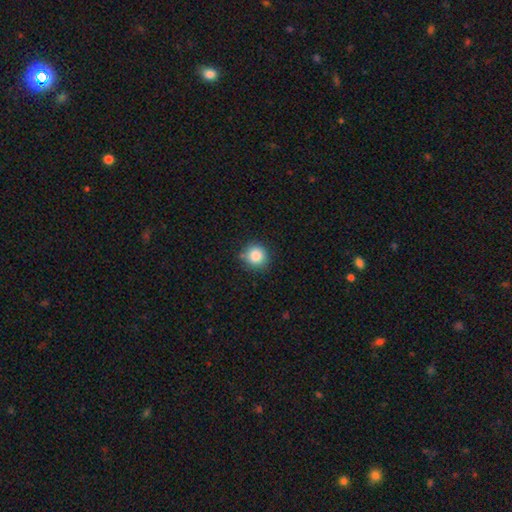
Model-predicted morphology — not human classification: smooth-or-featured: smooth: 86% | star or artifact: 10% | featured or disk: 4%
  how-rounded: round: 92% | in between: 7% | cigar-shaped: 1%
  merging: none: 82% | minor disturbance: 13% | major disturbance: 3% | merger: 2%